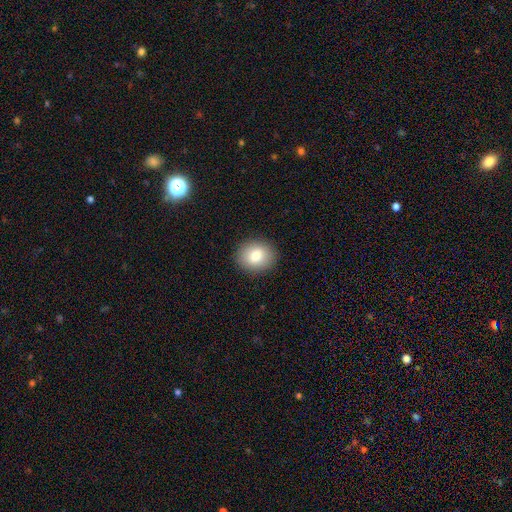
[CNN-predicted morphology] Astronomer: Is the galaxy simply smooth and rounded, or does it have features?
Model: smooth — 82%.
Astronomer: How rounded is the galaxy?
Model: round — 64%.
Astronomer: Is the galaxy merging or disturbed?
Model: none — 91%.